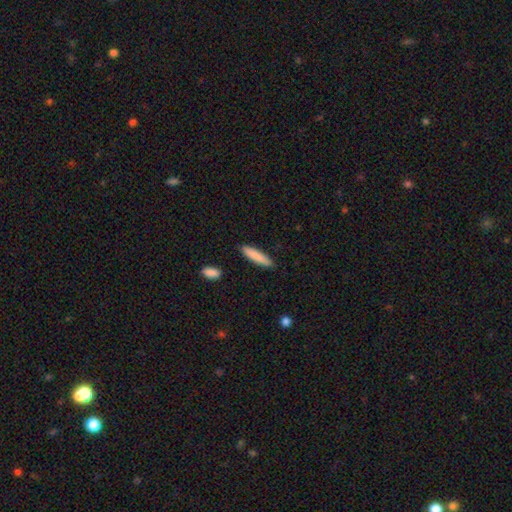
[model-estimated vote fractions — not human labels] This is clearly a smooth galaxy (85%). How rounded: clearly cigar-shaped (81%). Merging: clearly none (88%).